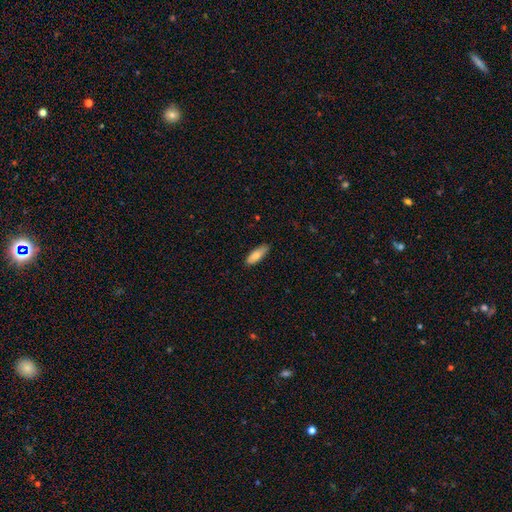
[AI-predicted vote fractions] Q: Smooth or featured?
A: smooth (80%); runner-up: featured or disk (14%)
Q: How rounded?
A: in between (61%); runner-up: cigar-shaped (37%)
Q: Merging?
A: none (85%); runner-up: minor disturbance (12%)